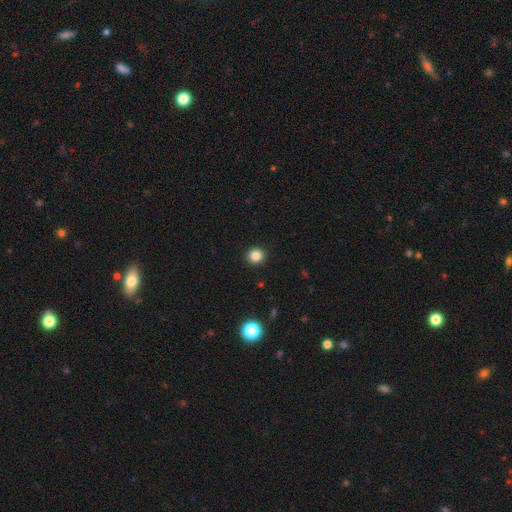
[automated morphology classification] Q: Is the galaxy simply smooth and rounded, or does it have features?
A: smooth — 84%.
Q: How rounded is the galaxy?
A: round — 92%.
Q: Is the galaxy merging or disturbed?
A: none — 93%.